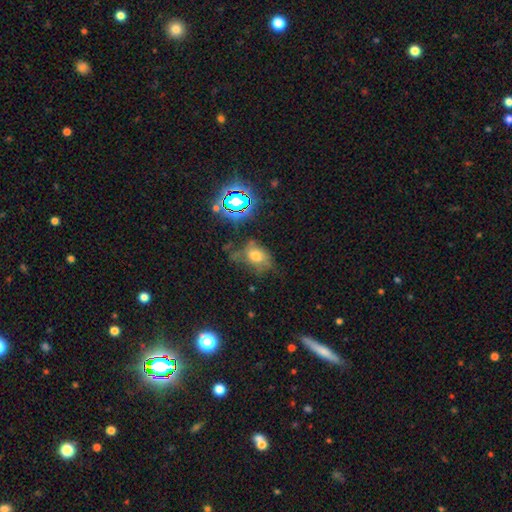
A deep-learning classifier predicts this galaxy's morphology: A smooth galaxy with no disk features (51%) that is in between round and cigar-shaped (71%).

Vote fractions:
- Smooth or featured? smooth: 51% / featured or disk: 26% / star or artifact: 23%
- How rounded? in between: 71% / round: 27% / cigar-shaped: 2%
- Merging? none: 39% / major disturbance: 28% / minor disturbance: 27% / merger: 6%